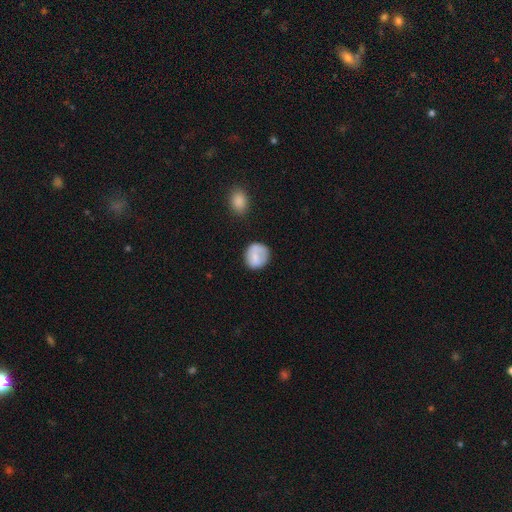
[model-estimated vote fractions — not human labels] Smooth or featured?
  - smooth: 73% *
  - featured or disk: 20%
  - star or artifact: 7%
How rounded?
  - round: 85% *
  - in between: 14%
  - cigar-shaped: 1%
Merging?
  - none: 71% *
  - minor disturbance: 19%
  - major disturbance: 7%
  - merger: 4%